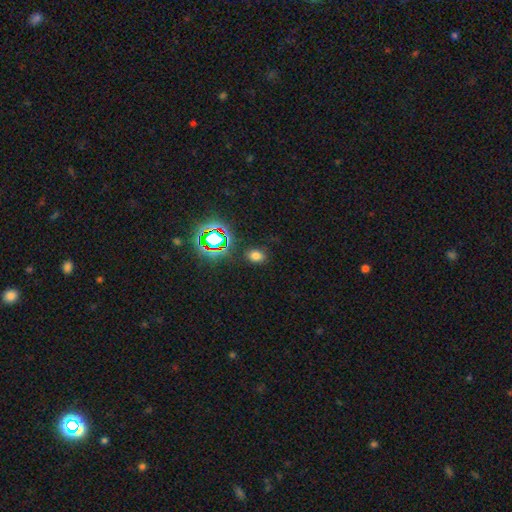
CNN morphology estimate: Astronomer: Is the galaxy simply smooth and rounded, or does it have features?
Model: smooth — 68%.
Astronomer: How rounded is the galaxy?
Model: in between — 61% (runner-up: round, 38%).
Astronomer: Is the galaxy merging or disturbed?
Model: none — 84%.